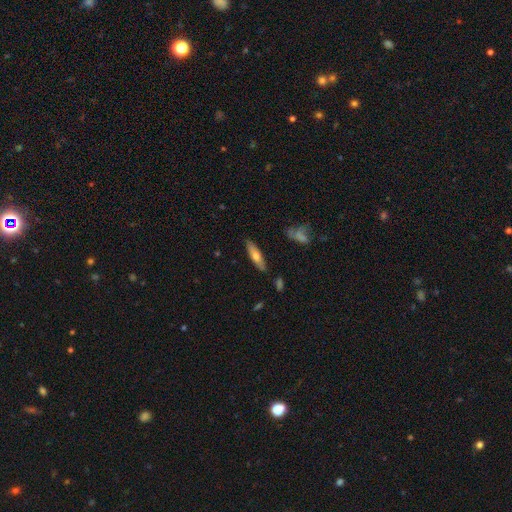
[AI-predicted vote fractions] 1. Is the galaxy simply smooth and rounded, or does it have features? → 60% smooth, 34% featured or disk, 7% star or artifact.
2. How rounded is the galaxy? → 63% cigar-shaped, 35% in between, 2% round.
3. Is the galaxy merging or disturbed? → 85% none, 11% minor disturbance, 2% major disturbance, 2% merger.